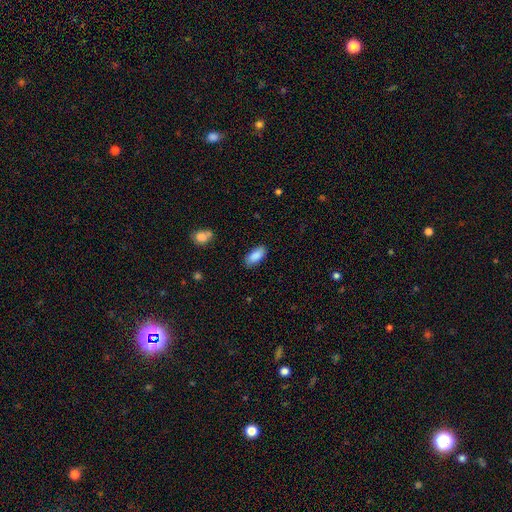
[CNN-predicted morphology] smooth_or_featured: smooth (p=0.88) [alt: star or artifact p=0.06]
how_rounded: in between (p=0.89) [alt: cigar-shaped p=0.09]
merging: none (p=0.83) [alt: minor disturbance p=0.13]